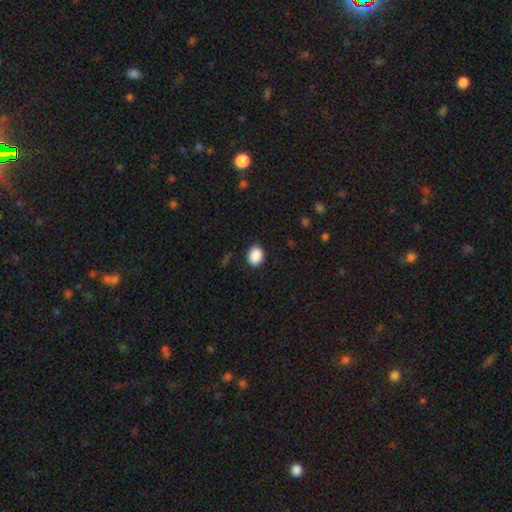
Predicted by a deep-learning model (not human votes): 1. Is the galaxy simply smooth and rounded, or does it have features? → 90% smooth, 8% star or artifact, 3% featured or disk.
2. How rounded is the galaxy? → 63% in between, 37% round, 1% cigar-shaped.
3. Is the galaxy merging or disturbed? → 87% none, 9% minor disturbance, 2% major disturbance, 1% merger.